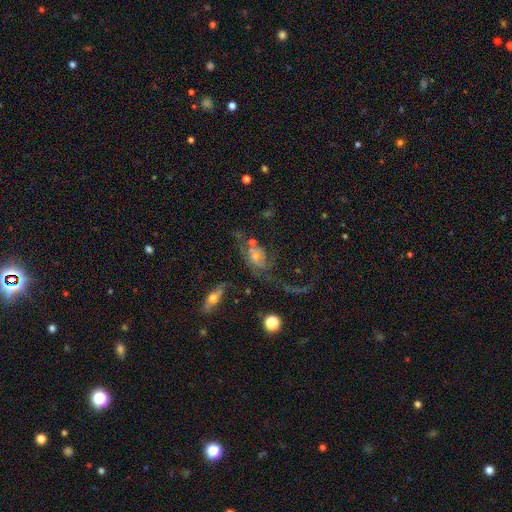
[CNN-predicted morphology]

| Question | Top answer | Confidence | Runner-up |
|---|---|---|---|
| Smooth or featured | featured or disk | 70% | smooth (17%) |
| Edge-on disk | no | 93% | yes (7%) |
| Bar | no | 73% | weak (22%) |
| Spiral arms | yes | 81% | no (19%) |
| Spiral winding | loose | 43% | medium (36%) |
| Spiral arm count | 2 | 48% | can't tell (20%) |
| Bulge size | small | 52% | moderate (38%) |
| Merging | major disturbance | 37% | none (34%) |